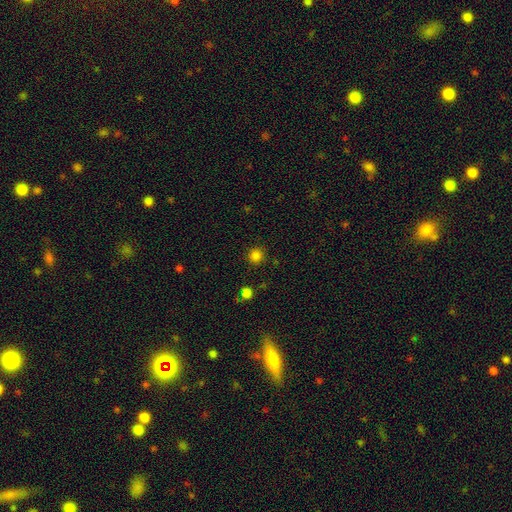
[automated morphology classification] smooth-or-featured: smooth: 82% | star or artifact: 15% | featured or disk: 3%
  how-rounded: round: 93% | in between: 6% | cigar-shaped: 1%
  merging: none: 89% | minor disturbance: 6% | major disturbance: 2% | merger: 2%